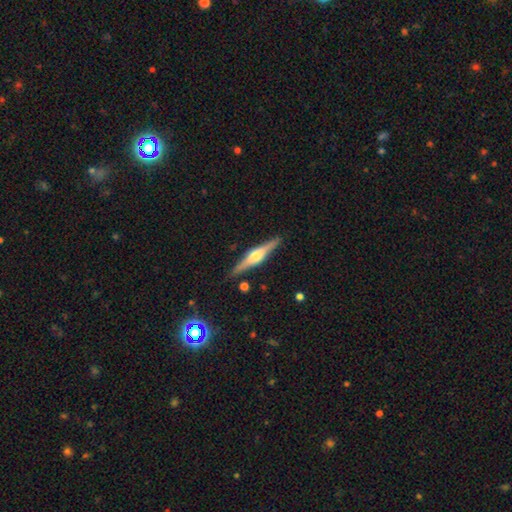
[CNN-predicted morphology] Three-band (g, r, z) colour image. It shows a featured or disk galaxy (73%) viewed edge-on (98%) with a rounded central bulge (91%). Merging: none (88%).